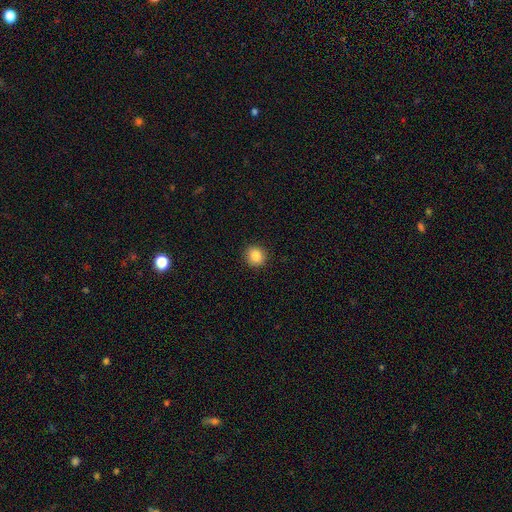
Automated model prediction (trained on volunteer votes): The model was most divided on "how rounded": round: 87%, in between: 12%, cigar-shaped: 1%. More confident: merging — none (90%); smooth or featured — smooth (86%).